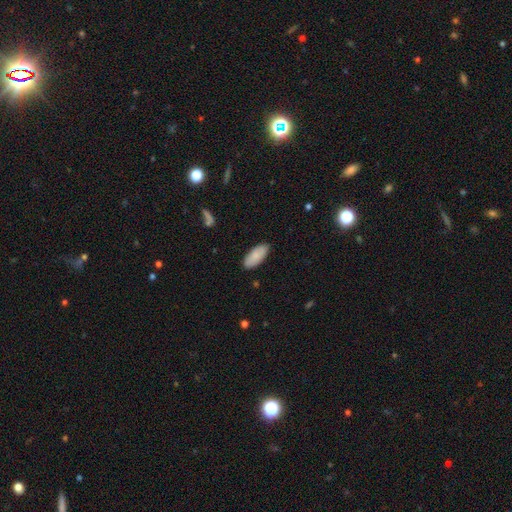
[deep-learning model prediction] Smooth or featured: smooth — 85% (featured or disk — 9%)
How rounded: in between — 87% (cigar-shaped — 11%)
Merging: none — 87% (minor disturbance — 10%)